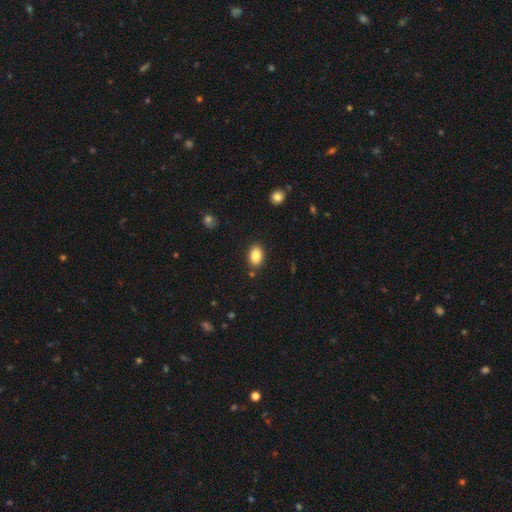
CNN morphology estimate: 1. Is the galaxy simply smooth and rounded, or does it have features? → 86% smooth, 8% star or artifact, 6% featured or disk.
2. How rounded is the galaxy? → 82% in between, 17% round, 1% cigar-shaped.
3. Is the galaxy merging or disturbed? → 85% none, 10% minor disturbance, 3% merger, 2% major disturbance.